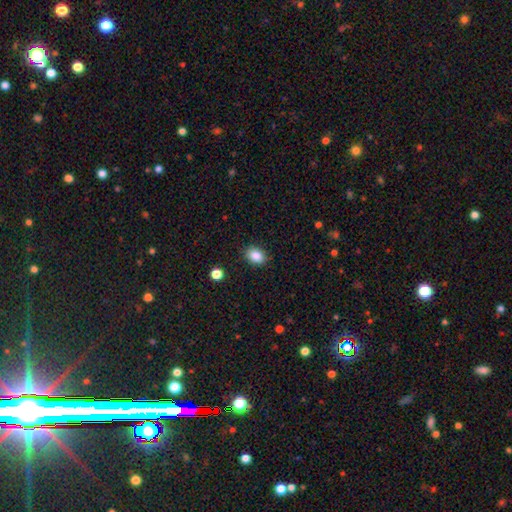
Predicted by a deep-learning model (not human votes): smooth 87%, star or artifact 9%, featured or disk 5%. Down the decision tree: how rounded — in between (73%); merging — none (88%).